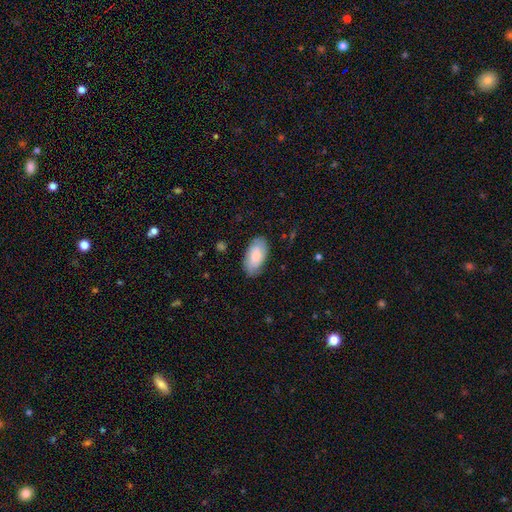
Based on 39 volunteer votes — Morphology: type=smooth (82%); roundness=in between (91%); merging=none (82%).